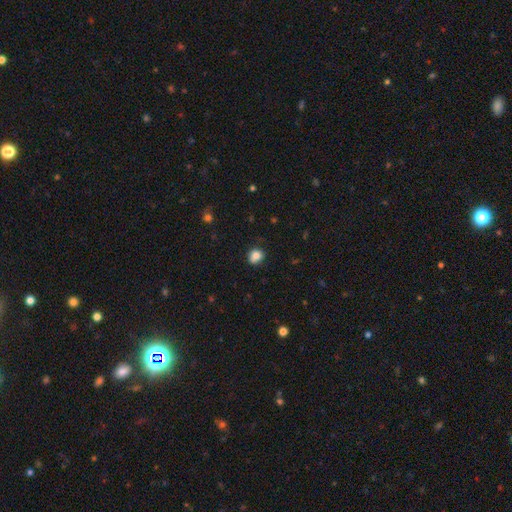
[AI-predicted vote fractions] Smooth or featured? smooth (83%)
How rounded? round (71%)
Merging? none (75%)